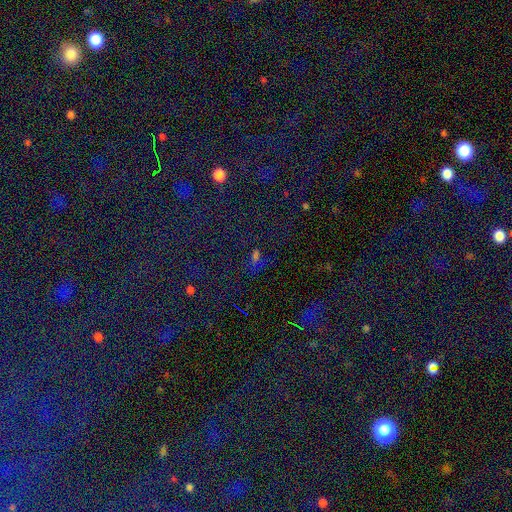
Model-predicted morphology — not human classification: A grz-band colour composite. It shows a star or artifact, not a galaxy (59%).